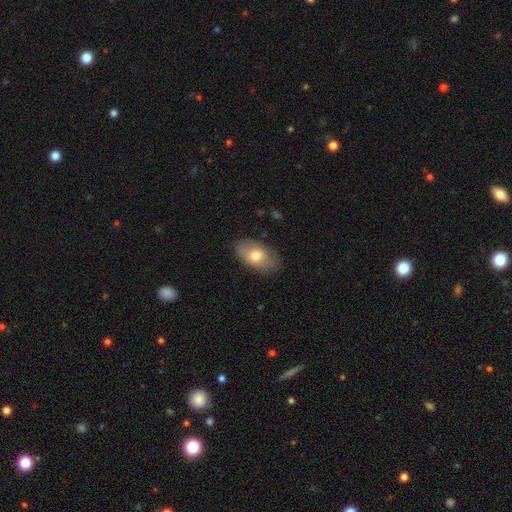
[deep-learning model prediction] Morphology: type=smooth (73%); roundness=in between (92%); merging=none (82%).